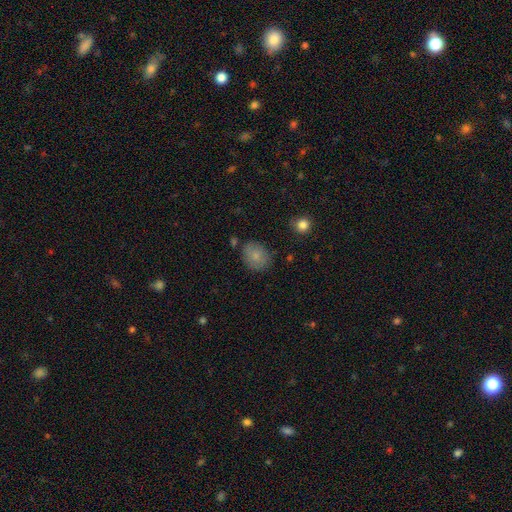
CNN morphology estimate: Smooth or featured: smooth — 78% (featured or disk — 14%)
How rounded: round — 50% (in between — 49%)
Merging: none — 75% (minor disturbance — 17%)